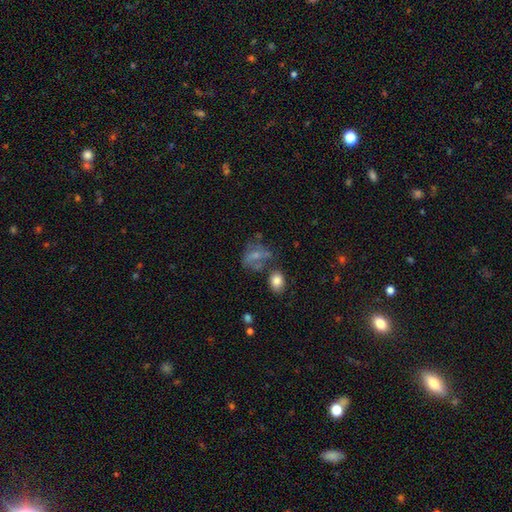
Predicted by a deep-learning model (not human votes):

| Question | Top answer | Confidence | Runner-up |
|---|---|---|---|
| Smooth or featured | smooth | 53% | featured or disk (35%) |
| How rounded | in between | 58% | round (40%) |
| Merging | none | 38% | major disturbance (23%) |